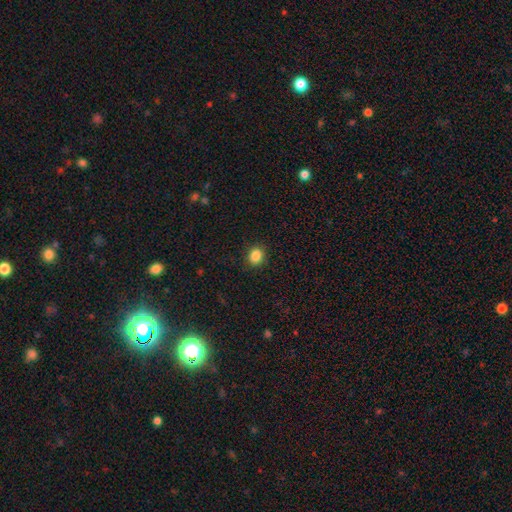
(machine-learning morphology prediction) Overall: smooth (86%). How rounded: round (67%; in between 32%). Merging: none (90%).